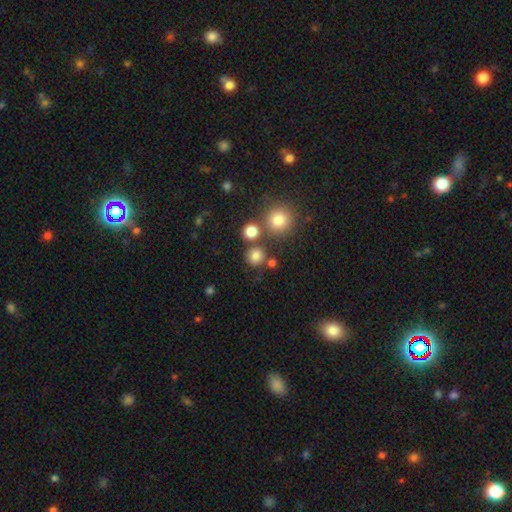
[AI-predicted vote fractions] Q: Smooth or featured?
A: smooth (79%); runner-up: star or artifact (15%)
Q: How rounded?
A: round (91%); runner-up: in between (8%)
Q: Merging?
A: none (78%); runner-up: merger (10%)